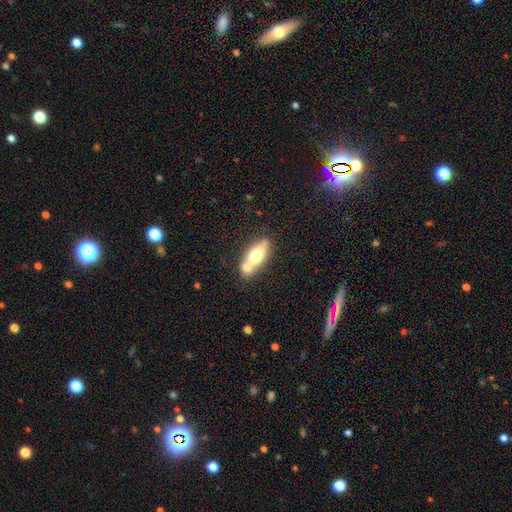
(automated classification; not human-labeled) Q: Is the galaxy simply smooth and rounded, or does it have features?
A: smooth — 64%.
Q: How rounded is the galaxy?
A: in between — 71%.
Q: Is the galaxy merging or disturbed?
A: merger — 46%.